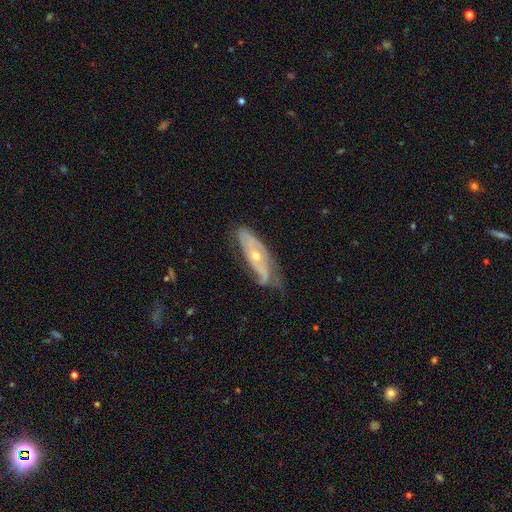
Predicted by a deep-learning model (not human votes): This is likely a featured or disk galaxy (76%). It is likely not viewed edge-on (78%). Bar: likely no (74%). Spiral arm pattern: likely yes (77%). Central bulge: possibly moderate (50%). Merging: possibly none (58%).